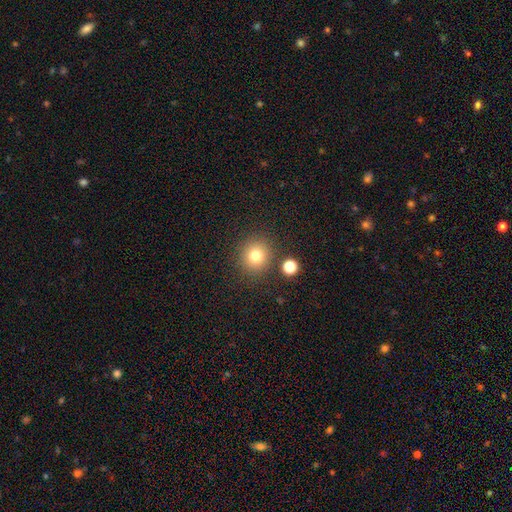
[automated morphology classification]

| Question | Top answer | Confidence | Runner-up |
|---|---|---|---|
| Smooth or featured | smooth | 79% | star or artifact (13%) |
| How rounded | round | 88% | in between (11%) |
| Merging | none | 84% | minor disturbance (8%) |